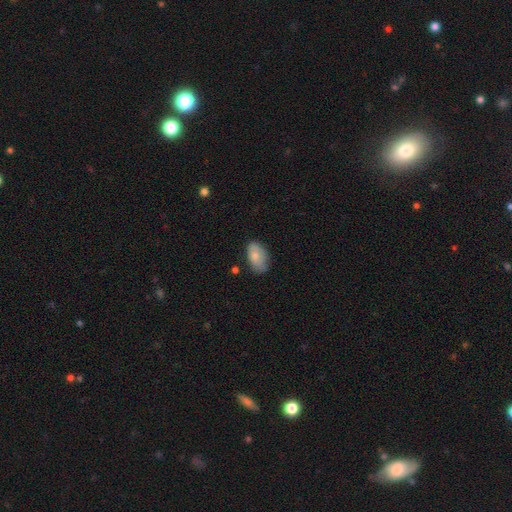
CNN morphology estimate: Overall: smooth (76%). How rounded: in between (93%). Merging: none (67%).